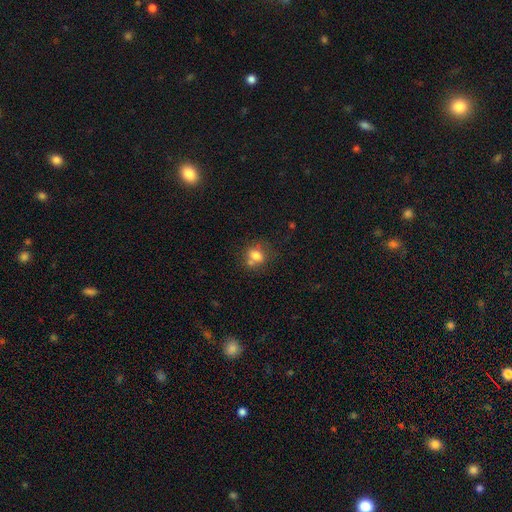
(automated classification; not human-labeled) Smooth or featured?
  - smooth: 75% *
  - featured or disk: 13%
  - star or artifact: 12%
How rounded?
  - round: 56% *
  - in between: 43%
  - cigar-shaped: 1%
Merging?
  - none: 51% *
  - merger: 28%
  - minor disturbance: 15%
  - major disturbance: 5%